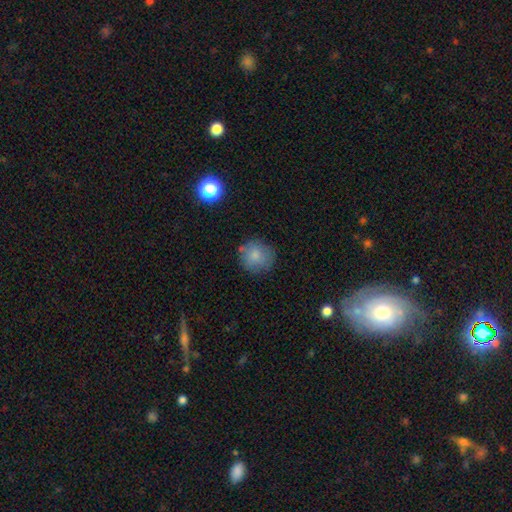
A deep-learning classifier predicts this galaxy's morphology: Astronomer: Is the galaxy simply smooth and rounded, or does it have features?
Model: smooth — 81%.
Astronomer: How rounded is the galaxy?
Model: round — 89%.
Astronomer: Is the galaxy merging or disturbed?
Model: none — 74%.